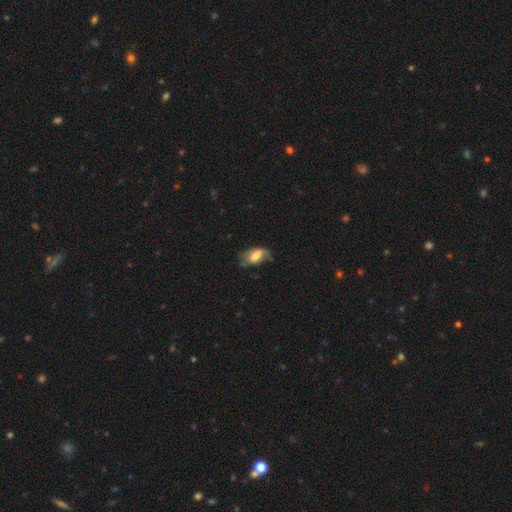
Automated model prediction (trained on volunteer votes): smooth_or_featured: smooth (p=0.61) [alt: featured or disk p=0.31]
how_rounded: in between (p=0.91) [alt: round p=0.05]
merging: none (p=0.44) [alt: minor disturbance p=0.35]